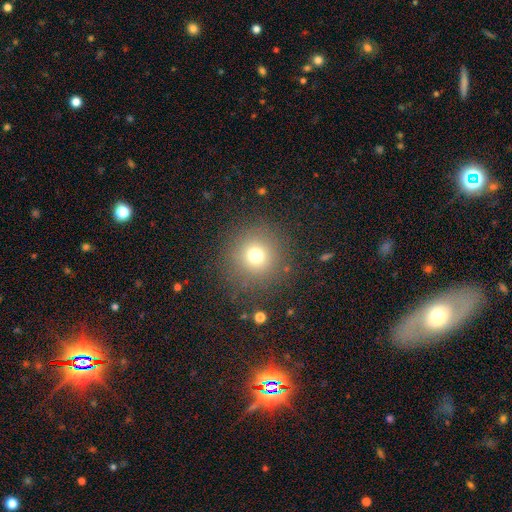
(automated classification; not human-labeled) Overall: smooth (72%). How rounded: round (95%). Merging: none (86%).